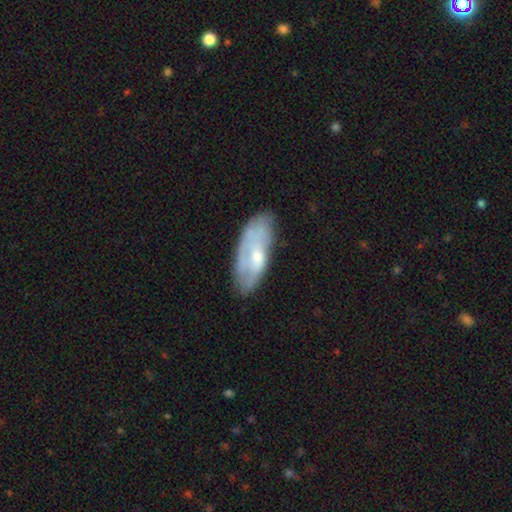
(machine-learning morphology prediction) Smooth or featured: featured or disk — 48% (smooth — 45%)
Merging: none — 58% (minor disturbance — 28%)